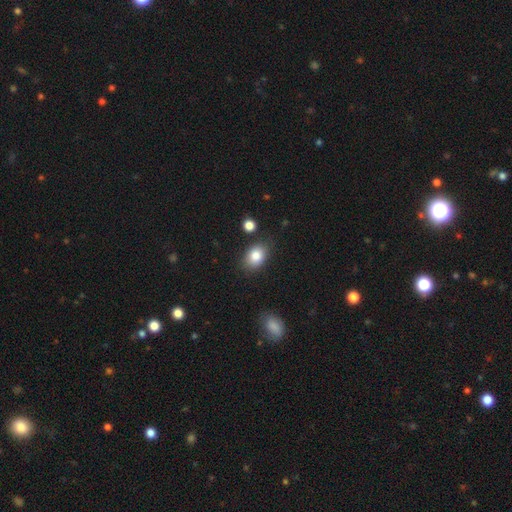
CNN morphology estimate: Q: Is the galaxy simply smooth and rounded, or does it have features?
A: smooth — 83%.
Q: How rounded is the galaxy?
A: in between — 74%.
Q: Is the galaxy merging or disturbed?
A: none — 77%.